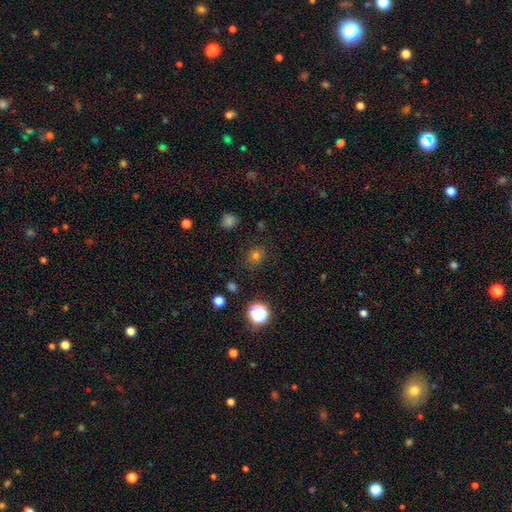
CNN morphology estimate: Smooth or featured?
  - smooth: 69% *
  - star or artifact: 24%
  - featured or disk: 7%
How rounded?
  - round: 74% *
  - in between: 25%
  - cigar-shaped: 1%
Merging?
  - none: 84% *
  - minor disturbance: 11%
  - major disturbance: 3%
  - merger: 2%